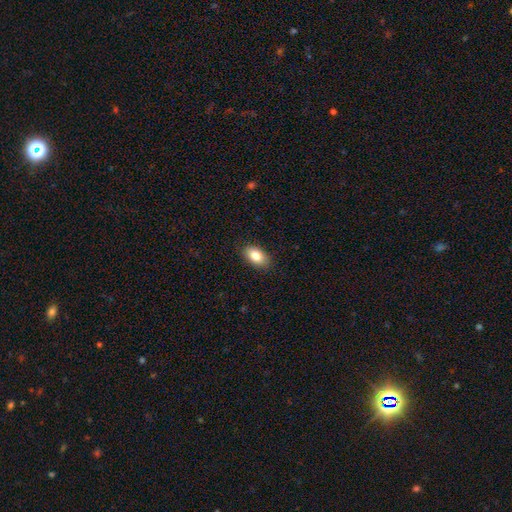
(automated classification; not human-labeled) Overall: smooth (85%). How rounded: in between (92%). Merging: none (88%).